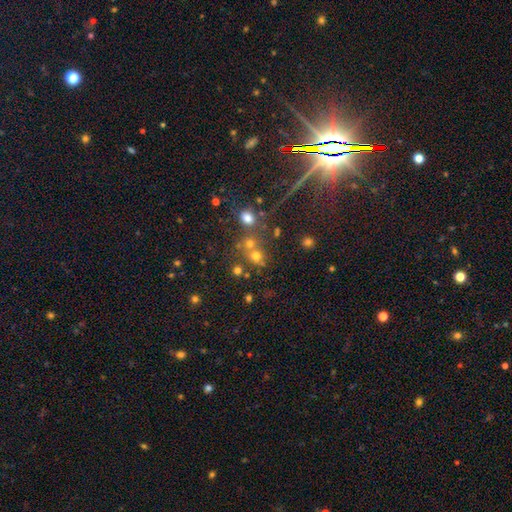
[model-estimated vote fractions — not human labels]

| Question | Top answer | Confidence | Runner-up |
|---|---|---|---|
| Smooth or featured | smooth | 59% | star or artifact (28%) |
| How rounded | round | 83% | in between (16%) |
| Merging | none | 55% | merger (33%) |